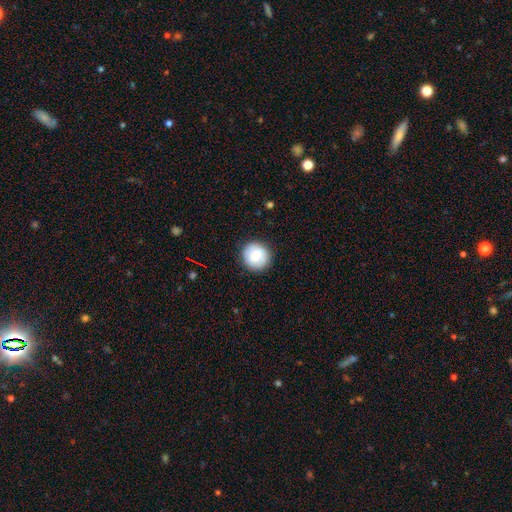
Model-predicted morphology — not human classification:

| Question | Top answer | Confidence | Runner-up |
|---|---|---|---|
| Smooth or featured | smooth | 76% | featured or disk (17%) |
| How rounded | round | 92% | in between (7%) |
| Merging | none | 89% | minor disturbance (8%) |